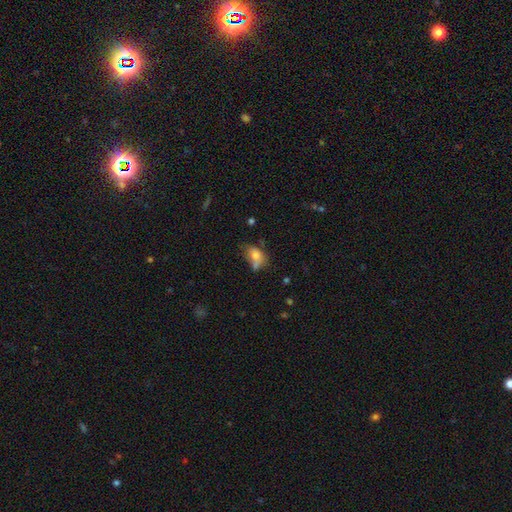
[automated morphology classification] This appears to be a smooth galaxy with no disk features (70%) that is in between round and cigar-shaped (80%). Merging: none (34%).